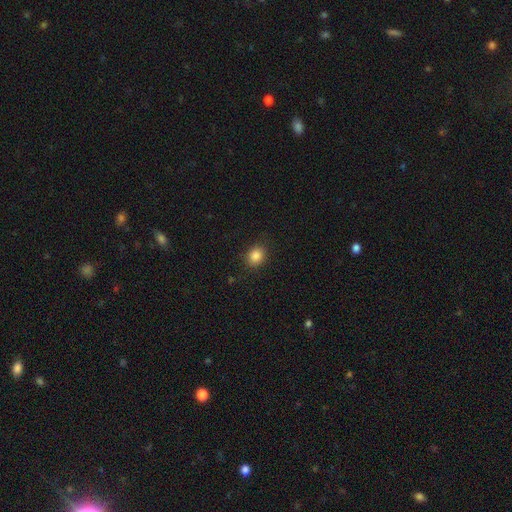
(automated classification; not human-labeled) smooth 85%, star or artifact 10%, featured or disk 4%. Down the decision tree: how rounded — round (55%); merging — none (87%).